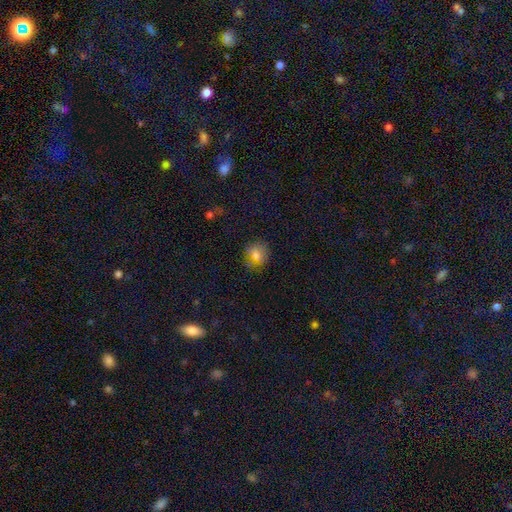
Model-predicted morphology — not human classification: Smooth or featured?
  - smooth: 72% *
  - star or artifact: 15%
  - featured or disk: 12%
How rounded?
  - round: 76% *
  - in between: 23%
  - cigar-shaped: 1%
Merging?
  - none: 79% *
  - minor disturbance: 14%
  - major disturbance: 4%
  - merger: 3%